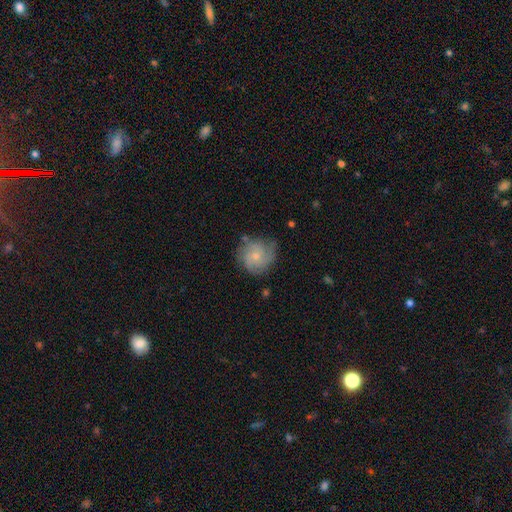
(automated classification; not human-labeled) Morphology: type=featured or disk (59%); edge-on=no (98%); bar=no (79%); spiral arms=yes (87%); bulge=small (66%); merging=none (68%).